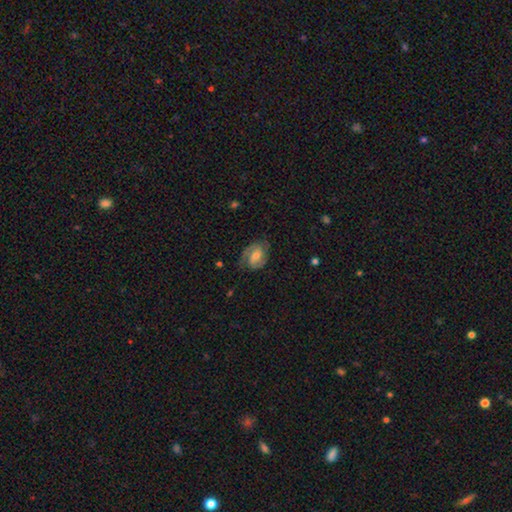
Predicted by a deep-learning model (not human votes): The model was most divided on "bar": weak: 45%, no: 43%, strong: 12%. Remaining: edge-on disk — no (97%); spiral arms — yes (93%); spiral arm count — 2 (76%); smooth or featured — featured or disk (72%); merging — none (68%); bulge size — moderate (49%); spiral winding — medium (46%).